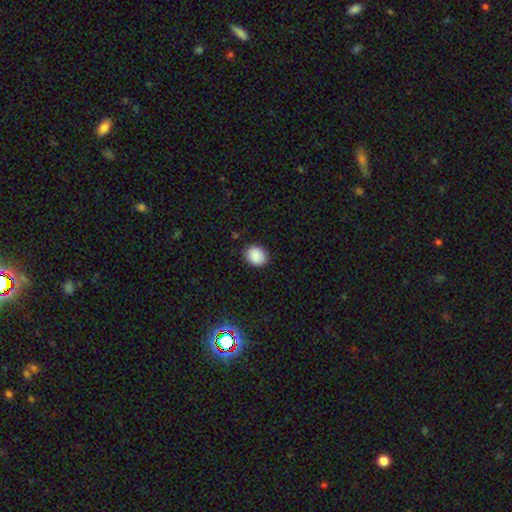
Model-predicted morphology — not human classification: Smooth or featured? smooth (88%)
How rounded? round (56%)
Merging? none (87%)